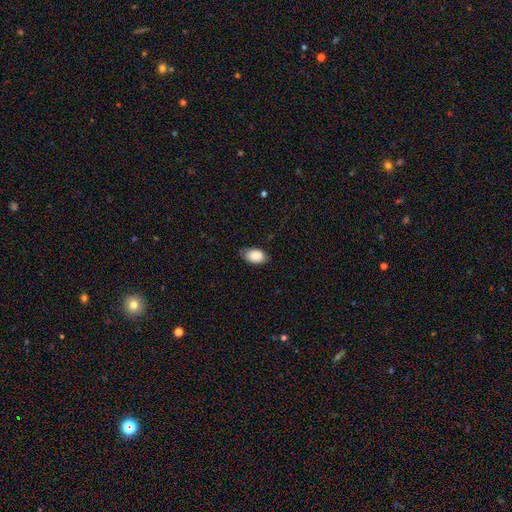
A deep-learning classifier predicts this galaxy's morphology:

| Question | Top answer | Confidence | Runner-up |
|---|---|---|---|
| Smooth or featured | smooth | 88% | star or artifact (6%) |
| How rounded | in between | 91% | round (7%) |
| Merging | none | 76% | minor disturbance (20%) |